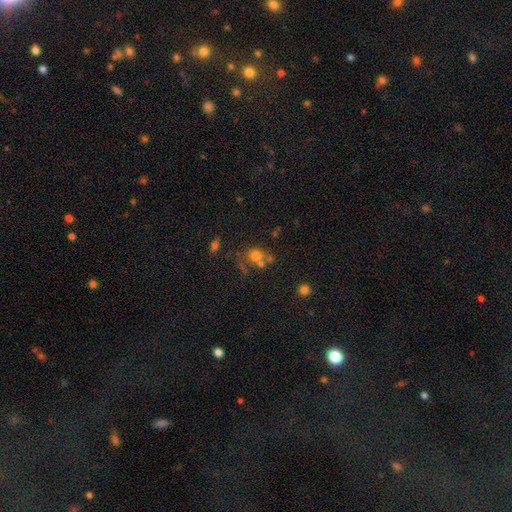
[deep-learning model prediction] A smooth galaxy with no disk features (66%) that is round (76%).

Vote fractions:
- Smooth or featured? smooth: 66% / featured or disk: 18% / star or artifact: 16%
- How rounded? round: 76% / in between: 23% / cigar-shaped: 1%
- Merging? none: 43% / merger: 37% / minor disturbance: 12% / major disturbance: 9%